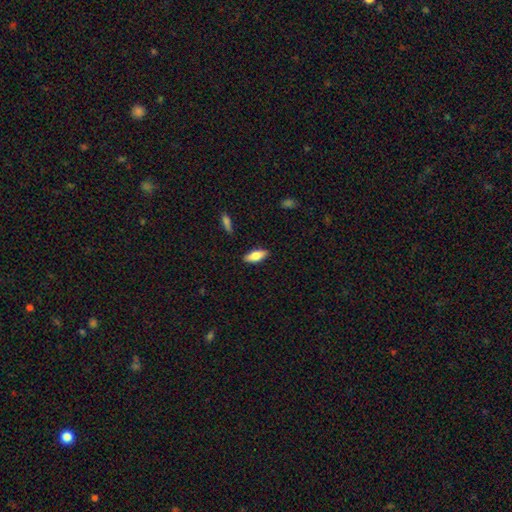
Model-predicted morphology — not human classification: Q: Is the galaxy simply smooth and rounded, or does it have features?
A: smooth — 72%.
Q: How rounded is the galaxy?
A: in between — 75%.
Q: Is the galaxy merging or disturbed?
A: none — 87%.